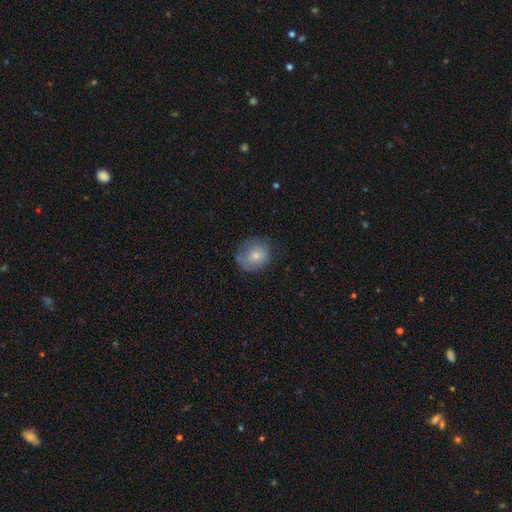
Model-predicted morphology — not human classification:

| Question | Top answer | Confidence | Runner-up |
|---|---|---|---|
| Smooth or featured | smooth | 75% | featured or disk (17%) |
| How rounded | round | 78% | in between (21%) |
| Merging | none | 67% | minor disturbance (23%) |